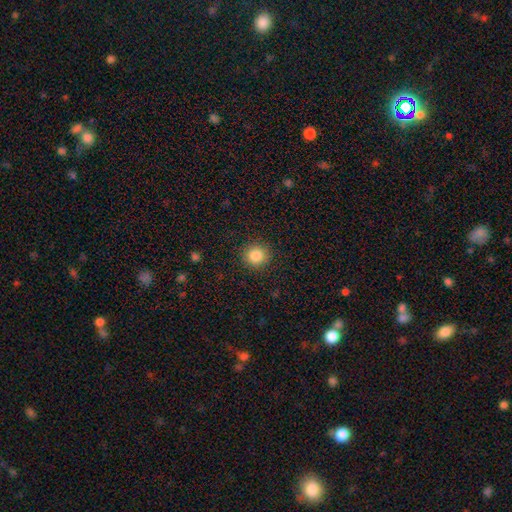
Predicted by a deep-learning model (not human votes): smooth 85%, star or artifact 10%, featured or disk 5%. Down the decision tree: how rounded — round (92%); merging — none (91%).